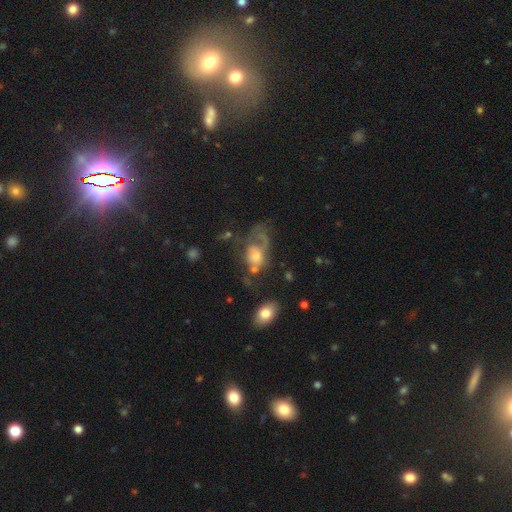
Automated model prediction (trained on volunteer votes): Smooth or featured: featured or disk — 56% (smooth — 32%)
Edge-on disk: no — 95% (yes — 5%)
Bar: no — 81% (weak — 16%)
Spiral arms: yes — 60% (no — 40%)
Bulge size: moderate — 46% (small — 34%)
Merging: major disturbance — 46% (none — 27%)